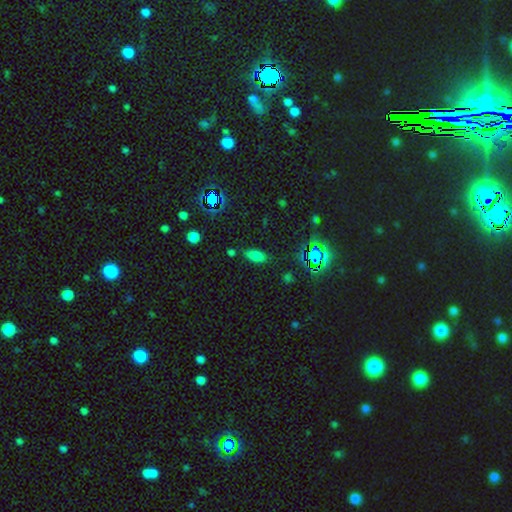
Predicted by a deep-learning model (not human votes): Smooth or featured?
  - smooth: 71% *
  - star or artifact: 20%
  - featured or disk: 9%
How rounded?
  - in between: 83% *
  - cigar-shaped: 13%
  - round: 4%
Merging?
  - none: 75% *
  - minor disturbance: 15%
  - merger: 5%
  - major disturbance: 5%